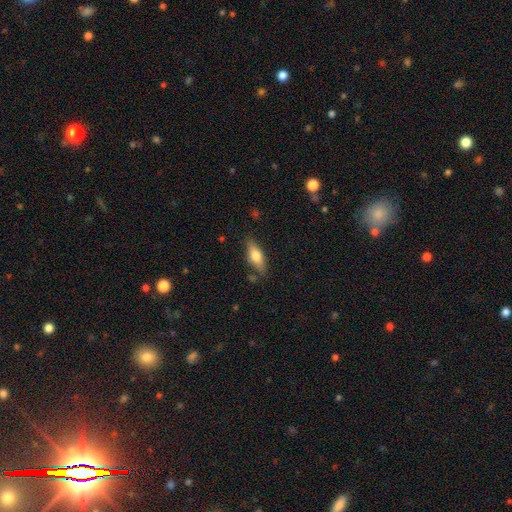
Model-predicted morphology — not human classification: The model was most divided on "how rounded": in between: 64%, cigar-shaped: 33%, round: 3%. More confident: merging — none (78%); smooth or featured — smooth (64%).